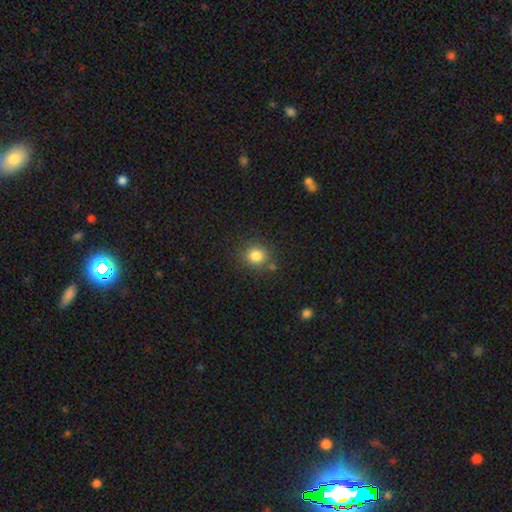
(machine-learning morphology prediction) type=smooth (82%); roundness=round (82%); merging=none (79%).